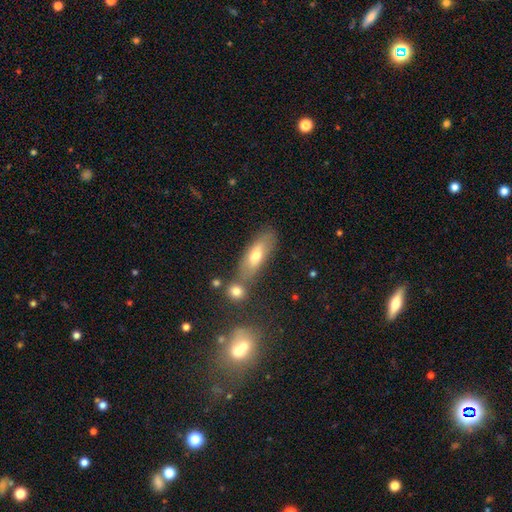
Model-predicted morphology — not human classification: smooth_or_featured: smooth (p=0.61) [alt: featured or disk p=0.30]
how_rounded: in between (p=0.63) [alt: cigar-shaped p=0.33]
merging: none (p=0.65) [alt: merger p=0.15]